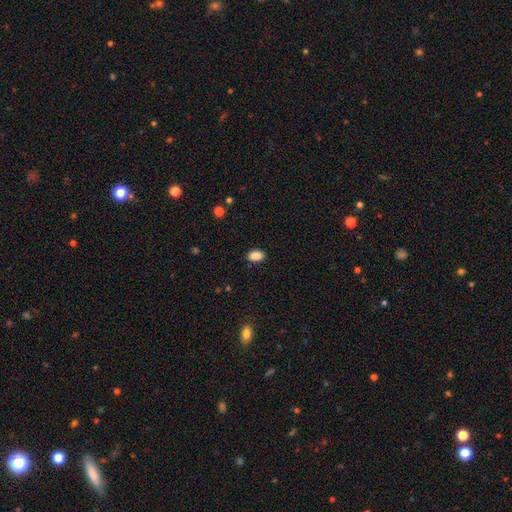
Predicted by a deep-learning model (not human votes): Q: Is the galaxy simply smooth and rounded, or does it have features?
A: smooth — 88%.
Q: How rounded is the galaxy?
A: in between — 86%.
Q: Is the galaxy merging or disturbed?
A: none — 88%.